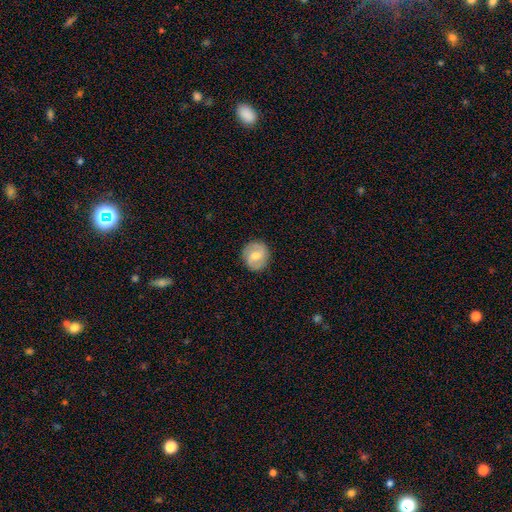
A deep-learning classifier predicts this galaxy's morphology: smooth_or_featured: featured or disk (p=0.47) [alt: smooth p=0.46]
merging: none (p=0.87) [alt: minor disturbance p=0.09]